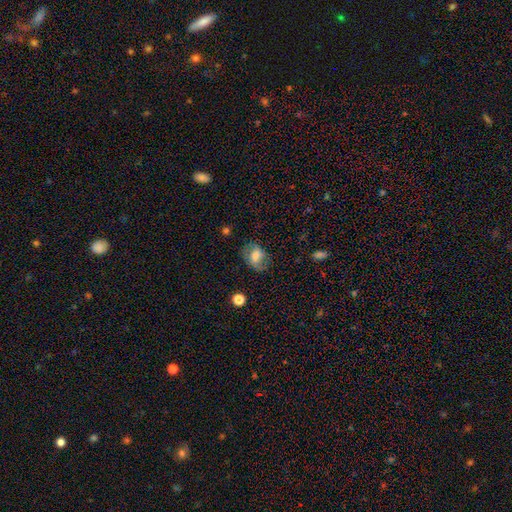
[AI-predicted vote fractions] Smooth or featured? Predicted: smooth (p=0.65). How rounded? Predicted: in between (p=0.68). Merging? Predicted: none (p=0.65).